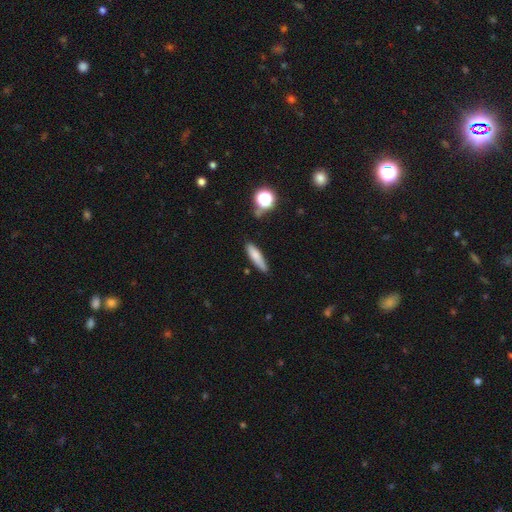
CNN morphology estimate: Smooth or featured: smooth — 75% (featured or disk — 15%)
How rounded: cigar-shaped — 72% (in between — 25%)
Merging: none — 77% (minor disturbance — 17%)